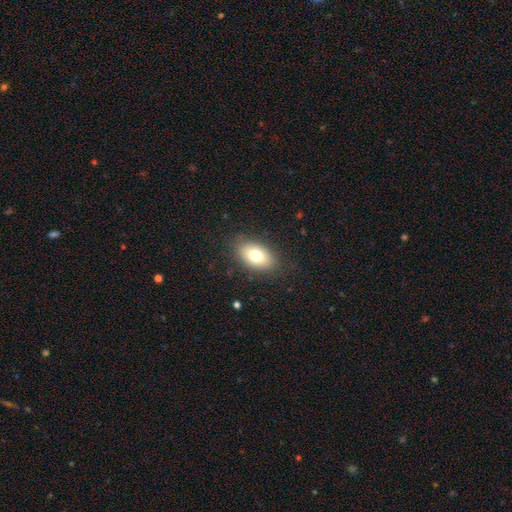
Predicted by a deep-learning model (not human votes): smooth-or-featured: smooth: 76% | featured or disk: 16% | star or artifact: 9%
  how-rounded: in between: 90% | round: 8% | cigar-shaped: 2%
  merging: none: 84% | minor disturbance: 11% | major disturbance: 3% | merger: 1%